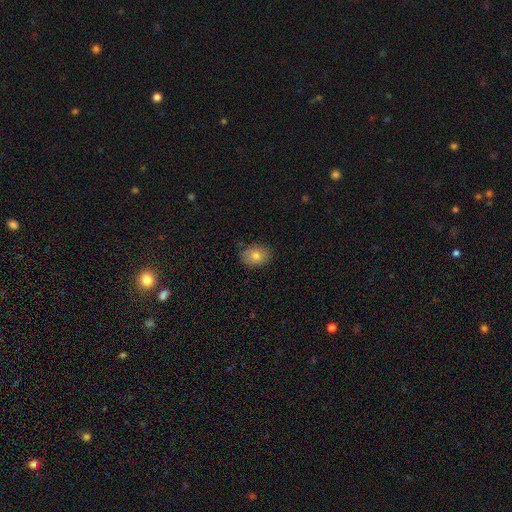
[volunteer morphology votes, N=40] smooth-or-featured: smooth: 88% | star or artifact: 12% | featured or disk: 0%
  how-rounded: in between: 80% | round: 20% | cigar-shaped: 0%
  merging: none: 94% | minor disturbance: 6% | major disturbance: 0% | merger: 0%